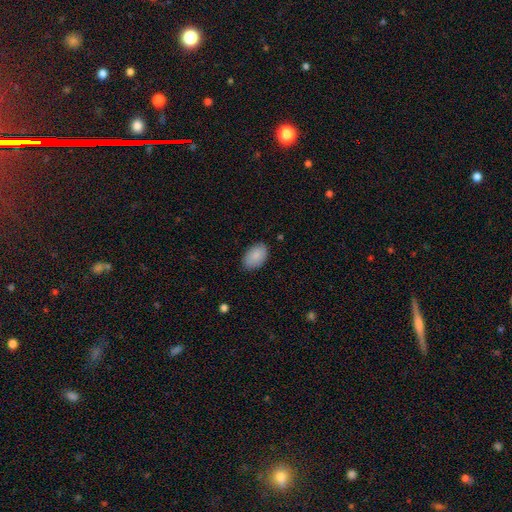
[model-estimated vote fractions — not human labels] smooth-or-featured: smooth: 86% | featured or disk: 7% | star or artifact: 6%
  how-rounded: in between: 91% | round: 8% | cigar-shaped: 1%
  merging: none: 84% | minor disturbance: 12% | major disturbance: 2% | merger: 1%